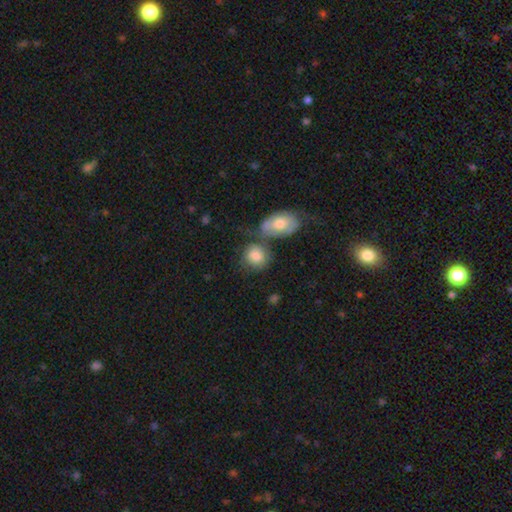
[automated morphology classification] This appears to be a smooth galaxy with no disk features (79%) that is round (64%). Merging: none (41%).